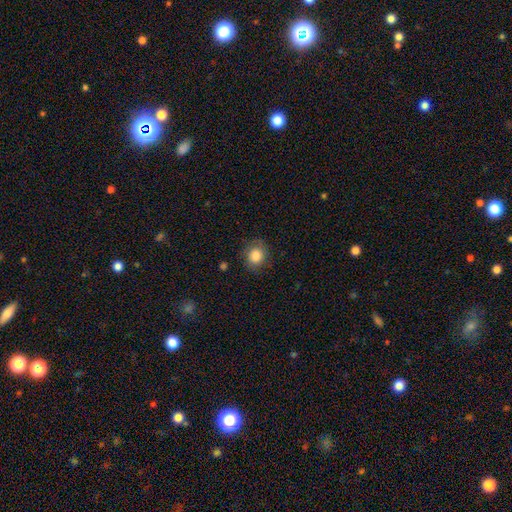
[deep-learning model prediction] Smooth or featured? smooth (84%)
How rounded? round (78%)
Merging? none (80%)